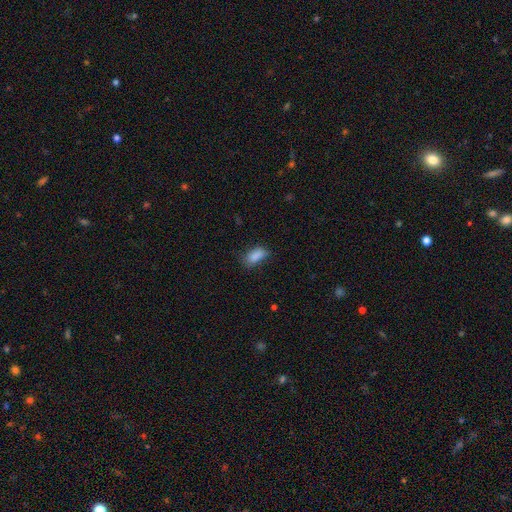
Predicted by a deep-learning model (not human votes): This appears to be a smooth galaxy with no disk features (86%) that is in between round and cigar-shaped (89%). Merging: none (63%).